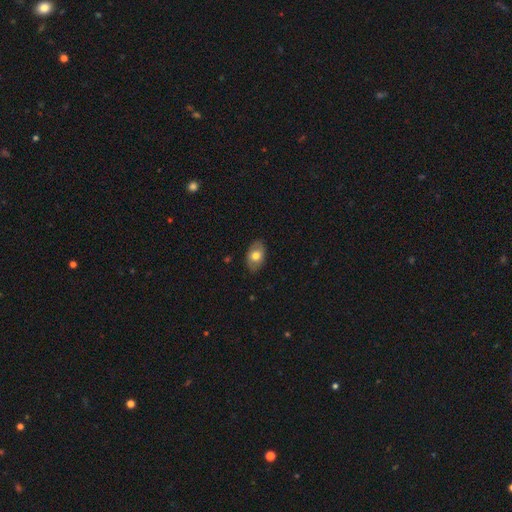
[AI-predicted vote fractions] Smooth or featured?
  - smooth: 69% *
  - featured or disk: 24%
  - star or artifact: 7%
How rounded?
  - in between: 89% *
  - round: 10%
  - cigar-shaped: 1%
Merging?
  - none: 85% *
  - minor disturbance: 12%
  - major disturbance: 2%
  - merger: 1%